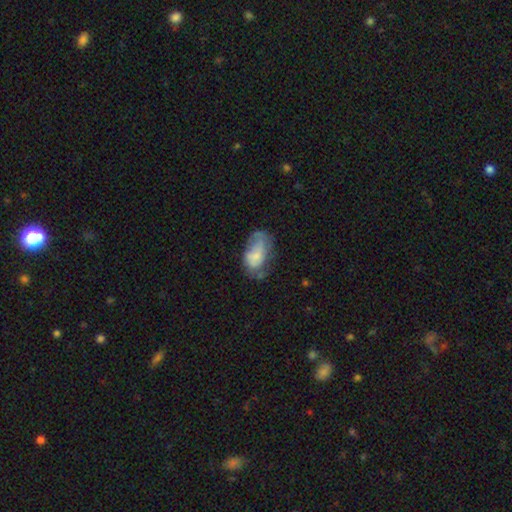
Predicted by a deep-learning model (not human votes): Smooth or featured: smooth — 60% (featured or disk — 32%)
How rounded: in between — 91% (round — 7%)
Merging: none — 34% (minor disturbance — 31%)